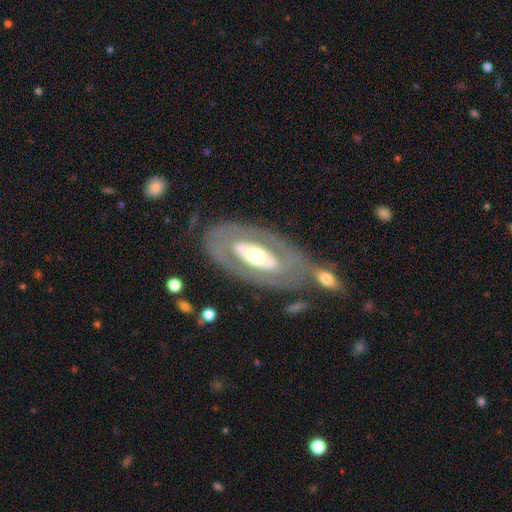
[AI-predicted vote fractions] This is likely a featured or disk galaxy (71%). It is clearly not viewed edge-on (90%). Bar: likely no (68%). Spiral arm pattern: likely no (69%). Central bulge: likely moderate (62%). Merging: likely none (73%).